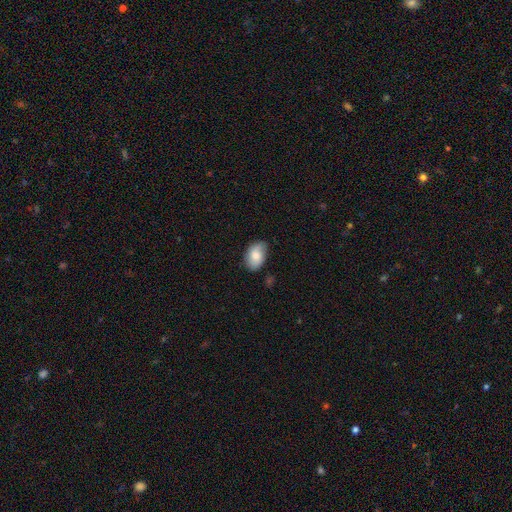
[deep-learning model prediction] This is likely a smooth galaxy (79%). How rounded: clearly in between (89%). Merging: likely none (71%).